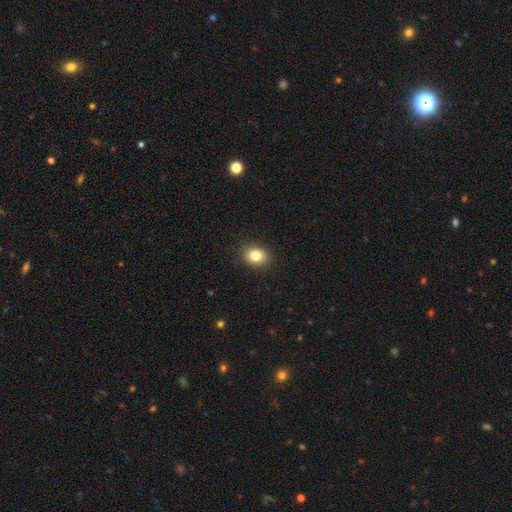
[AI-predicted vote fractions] Q: Smooth or featured?
A: smooth (85%); runner-up: star or artifact (10%)
Q: How rounded?
A: in between (53%); runner-up: round (46%)
Q: Merging?
A: none (89%); runner-up: minor disturbance (8%)